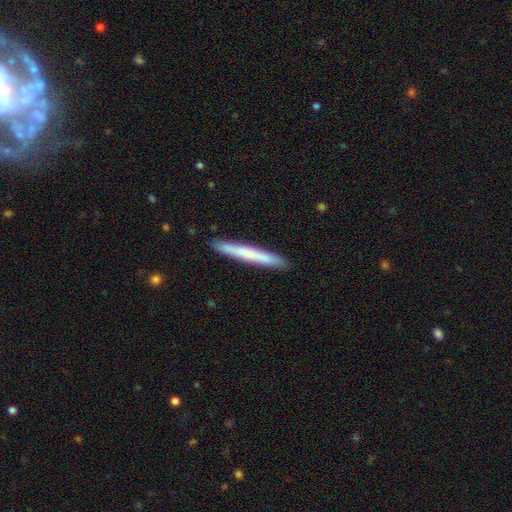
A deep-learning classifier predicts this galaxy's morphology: The model was most divided on "smooth or featured": smooth: 66%, featured or disk: 29%, star or artifact: 5%. More confident: how rounded — cigar-shaped (97%); merging — none (92%).